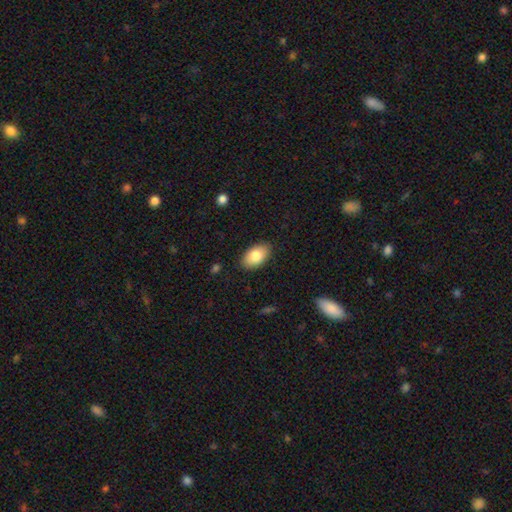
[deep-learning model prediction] smooth_or_featured: smooth (p=0.82) [alt: featured or disk p=0.11]
how_rounded: in between (p=0.93) [alt: round p=0.06]
merging: none (p=0.88) [alt: minor disturbance p=0.09]